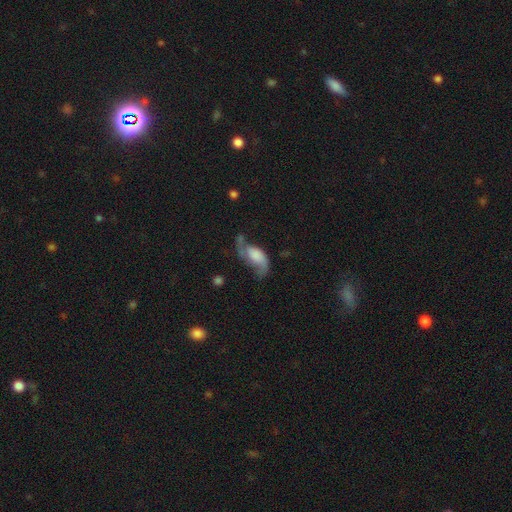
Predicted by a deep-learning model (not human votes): The model was most divided on "bulge size": none: 32%, large: 29%, moderate: 15%, small: 14%, dominant: 10%. Remaining: edge-on disk — no (94%); spiral arms — yes (88%); spiral arm count — 2 (82%); spiral winding — loose (71%); smooth or featured — featured or disk (65%); bar — no (65%); merging — none (41%).